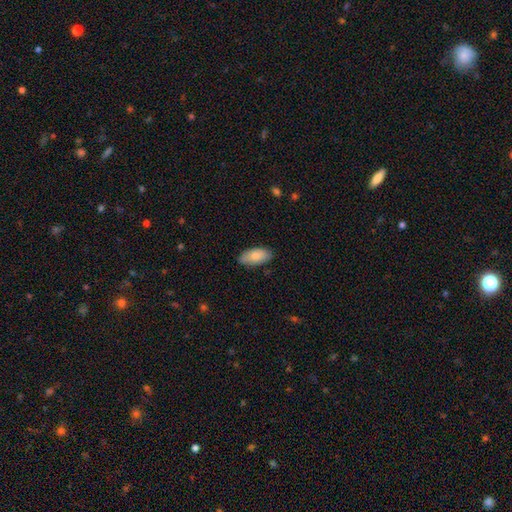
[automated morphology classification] Smooth or featured: smooth — 83% (featured or disk — 11%)
How rounded: in between — 93% (cigar-shaped — 5%)
Merging: none — 83% (minor disturbance — 13%)